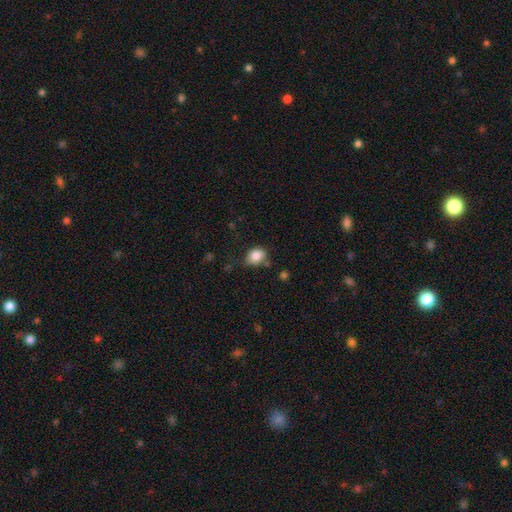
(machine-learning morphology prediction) A smooth galaxy with no disk features (84%) that is in between round and cigar-shaped (55%). Merging: none (67%).